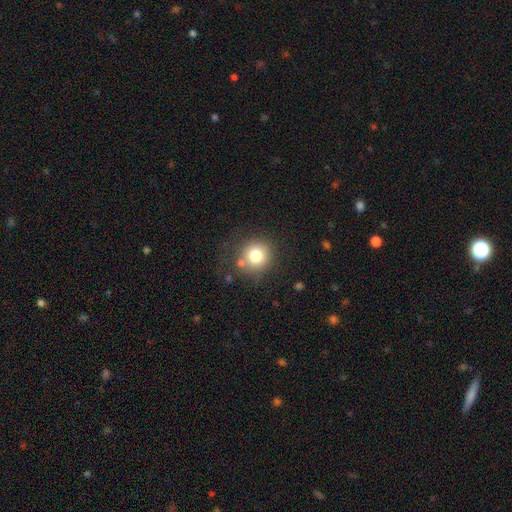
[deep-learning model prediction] This appears to be a smooth galaxy with no disk features (76%) that is round (91%). Merging: none (74%).